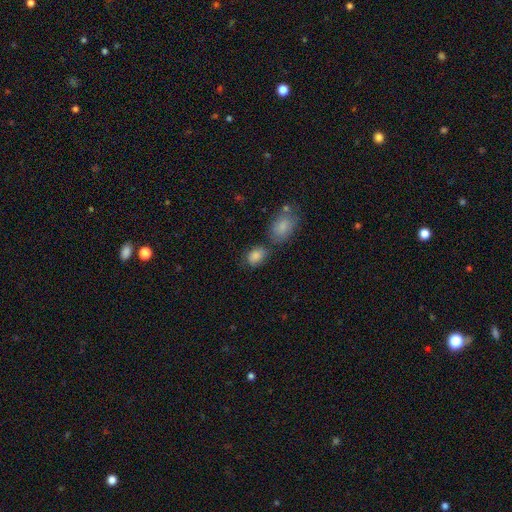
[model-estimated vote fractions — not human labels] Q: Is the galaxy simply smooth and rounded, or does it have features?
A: smooth — 85%.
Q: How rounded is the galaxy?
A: in between — 78%.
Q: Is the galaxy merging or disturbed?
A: none — 50%.